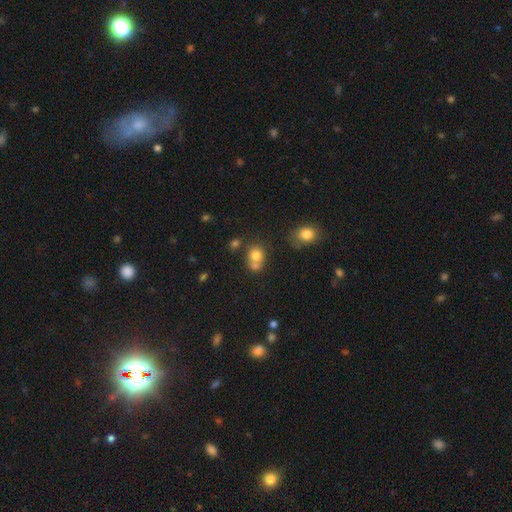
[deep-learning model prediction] This appears to be a smooth galaxy with no disk features (76%) that is round (71%). Merging: merger (43%).